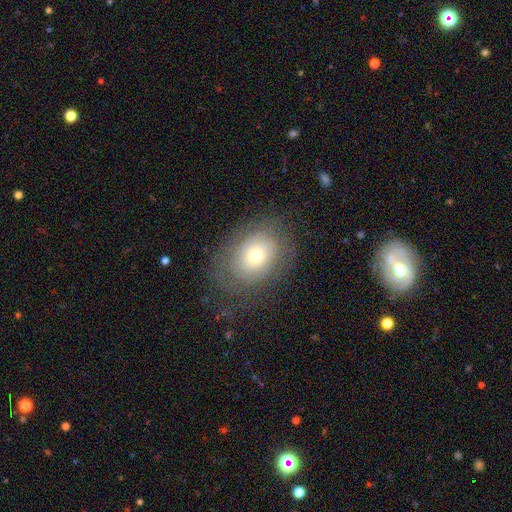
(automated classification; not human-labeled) This appears to be a smooth galaxy with no disk features (54%) that is in between round and cigar-shaped (62%). Merging: none (71%).